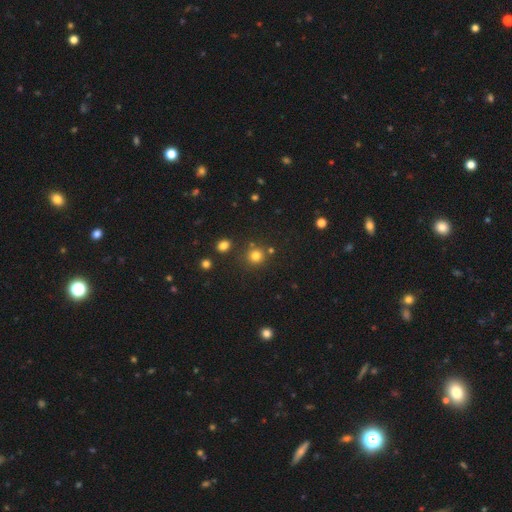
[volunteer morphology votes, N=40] Q: Smooth or featured?
A: smooth (82%); runner-up: star or artifact (10%)
Q: How rounded?
A: round (94%); runner-up: in between (6%)
Q: Merging?
A: none (81%); runner-up: minor disturbance (14%)